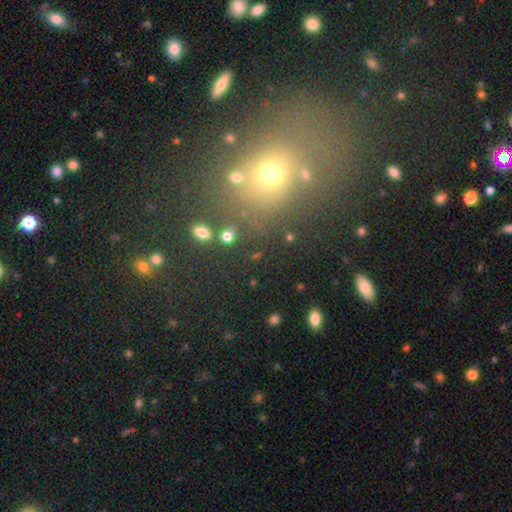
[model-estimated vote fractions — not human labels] A smooth galaxy with no disk features (52%) that is round (49%).

Vote fractions:
- Smooth or featured? smooth: 52% / star or artifact: 35% / featured or disk: 13%
- How rounded? round: 49% / in between: 48% / cigar-shaped: 3%
- Merging? none: 65% / minor disturbance: 14% / merger: 11% / major disturbance: 10%